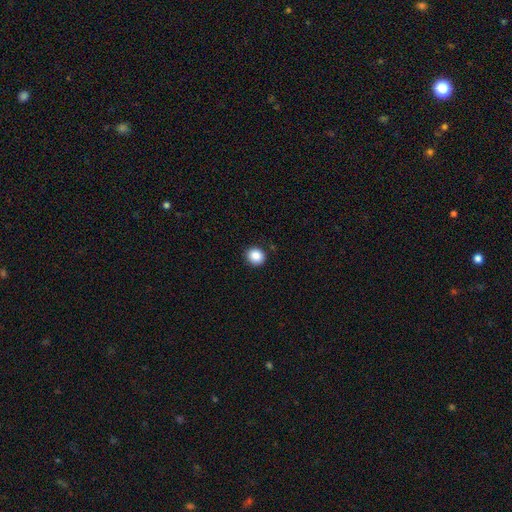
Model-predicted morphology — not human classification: The model was most divided on "how rounded": round: 86%, in between: 13%, cigar-shaped: 1%. More confident: merging — none (90%); smooth or featured — smooth (87%).